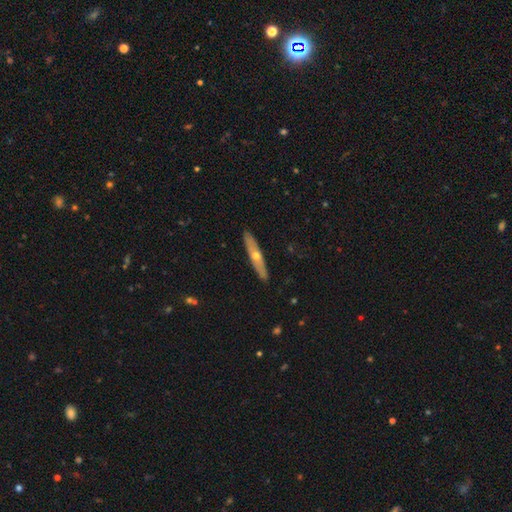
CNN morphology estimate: Smooth or featured: featured or disk — 58% (smooth — 36%)
Edge-on disk: yes — 85% (no — 15%)
Merging: none — 90% (minor disturbance — 7%)